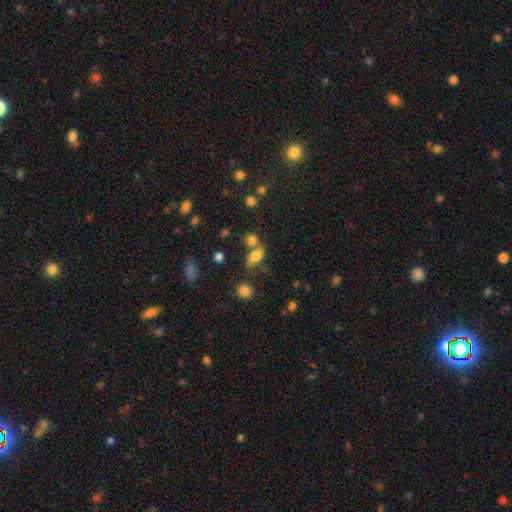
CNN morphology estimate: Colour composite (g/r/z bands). It shows a smooth galaxy with no disk features (73%) that is in between round and cigar-shaped (79%). Merging: none (41%).